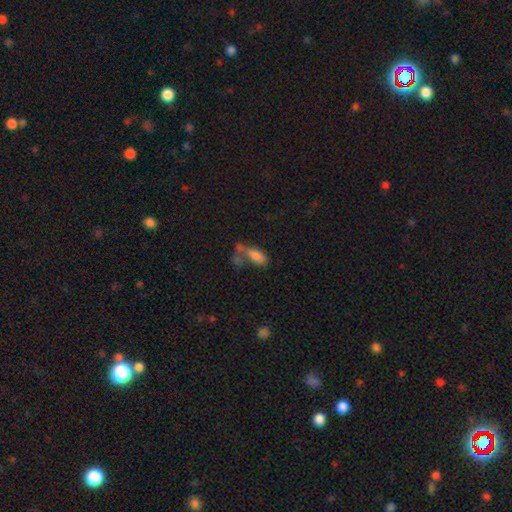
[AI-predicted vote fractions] Smooth or featured? smooth (78%)
How rounded? in between (85%)
Merging? merger (42%)